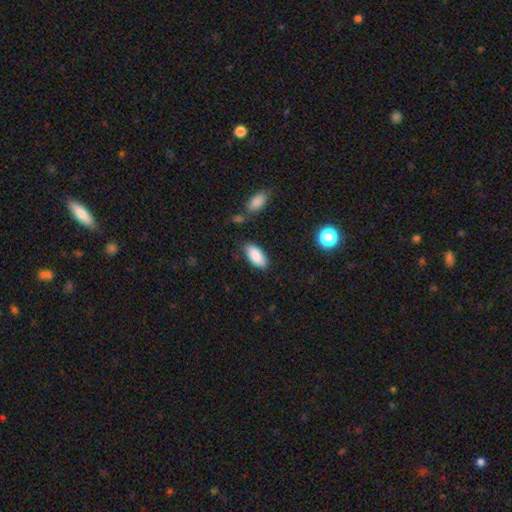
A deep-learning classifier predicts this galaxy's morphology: smooth_or_featured: smooth (p=0.88) [alt: star or artifact p=0.06]
how_rounded: in between (p=0.90) [alt: cigar-shaped p=0.08]
merging: none (p=0.81) [alt: minor disturbance p=0.13]